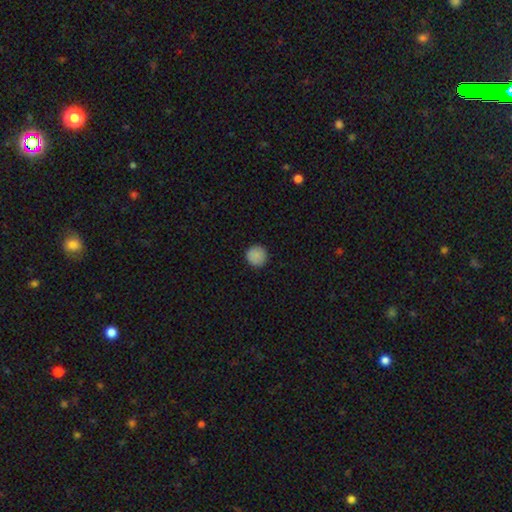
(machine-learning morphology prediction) Smooth or featured?
  - smooth: 89% *
  - star or artifact: 8%
  - featured or disk: 3%
How rounded?
  - round: 96% *
  - in between: 3%
  - cigar-shaped: 1%
Merging?
  - none: 93% *
  - minor disturbance: 5%
  - major disturbance: 1%
  - merger: 1%